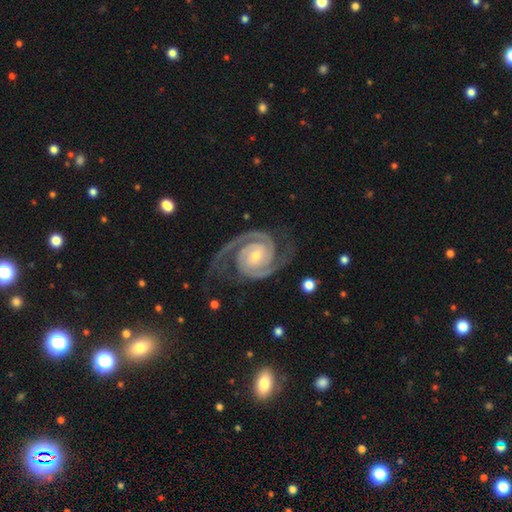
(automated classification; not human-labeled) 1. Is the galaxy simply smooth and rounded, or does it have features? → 94% featured or disk, 3% star or artifact, 3% smooth.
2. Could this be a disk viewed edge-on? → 98% no, 2% yes.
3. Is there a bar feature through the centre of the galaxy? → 51% no, 32% weak, 16% strong.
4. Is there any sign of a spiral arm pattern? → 99% yes, 1% no.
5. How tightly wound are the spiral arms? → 60% tight, 35% medium, 5% loose.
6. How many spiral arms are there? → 92% 2, 3% 3, 2% can't tell, 1% 1, 1% 4, 1% more than 4.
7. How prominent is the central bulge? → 58% small, 37% moderate, 2% large, 2% none, 1% dominant.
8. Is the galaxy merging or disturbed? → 75% none, 15% minor disturbance, 9% major disturbance, 2% merger.